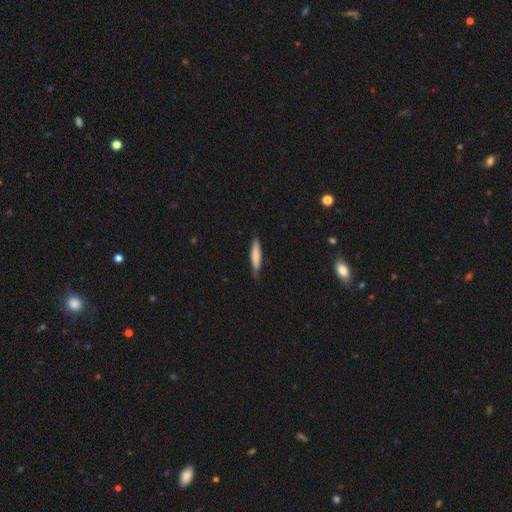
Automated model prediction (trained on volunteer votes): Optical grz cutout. It shows a smooth galaxy with no disk features (74%) that is cigar-shaped (83%). Merging: none (75%).